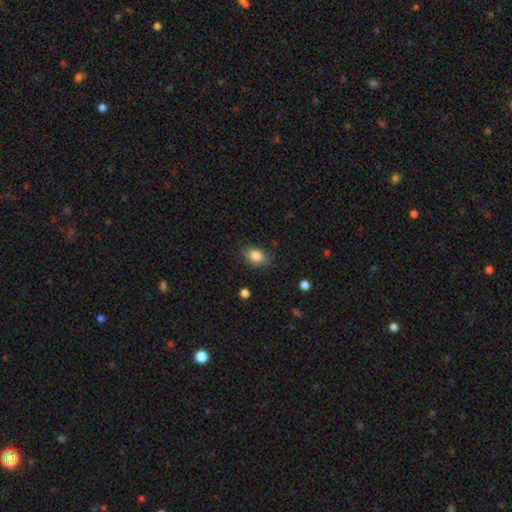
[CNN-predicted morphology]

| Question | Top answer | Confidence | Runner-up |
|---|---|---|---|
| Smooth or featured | smooth | 86% | star or artifact (8%) |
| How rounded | in between | 84% | round (15%) |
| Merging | none | 83% | minor disturbance (13%) |